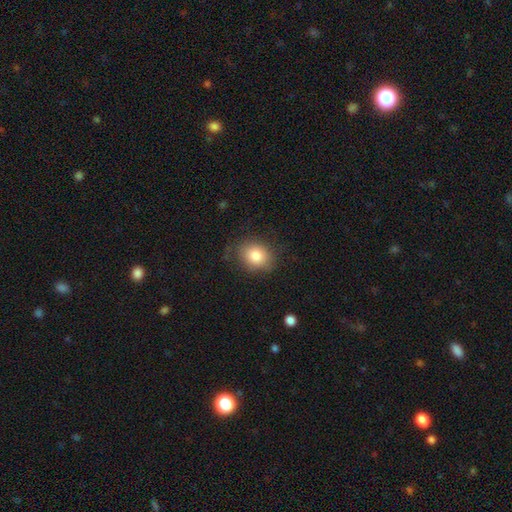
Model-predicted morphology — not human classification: Smooth or featured: smooth — 83% (star or artifact — 9%)
How rounded: round — 51% (in between — 48%)
Merging: none — 78% (minor disturbance — 16%)